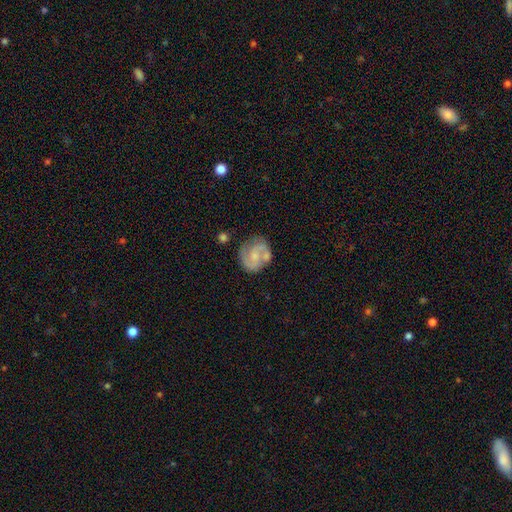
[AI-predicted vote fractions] Smooth or featured: featured or disk — 75% (smooth — 19%)
Edge-on disk: no — 98% (yes — 2%)
Bar: no — 51% (weak — 41%)
Spiral arms: yes — 91% (no — 9%)
Spiral winding: medium — 51% (tight — 30%)
Spiral arm count: 2 — 82% (can't tell — 8%)
Bulge size: small — 42% (moderate — 31%)
Merging: none — 61% (minor disturbance — 19%)